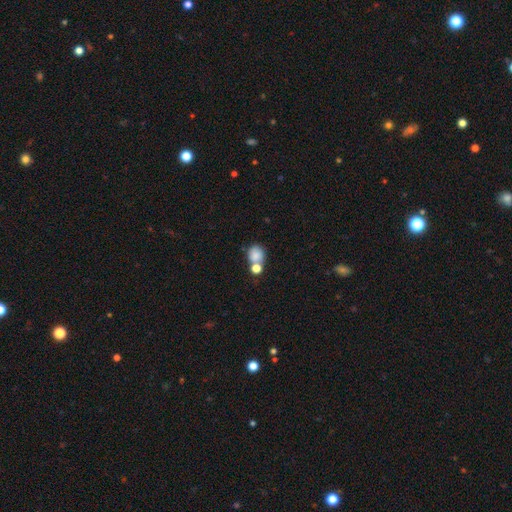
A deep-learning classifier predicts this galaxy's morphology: type=smooth (80%); roundness=round (70%); merging=none (44%).